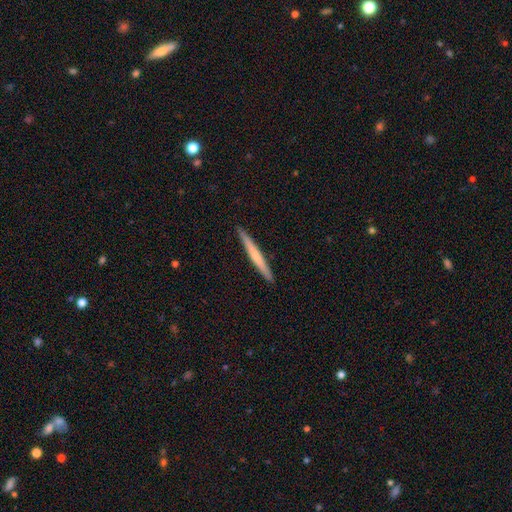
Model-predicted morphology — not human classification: A smooth galaxy with no disk features (57%) that is cigar-shaped (97%).

Vote fractions:
- Smooth or featured? smooth: 57% / featured or disk: 38% / star or artifact: 5%
- How rounded? cigar-shaped: 97% / in between: 2% / round: 1%
- Merging? none: 92% / minor disturbance: 6% / major disturbance: 1% / merger: 1%